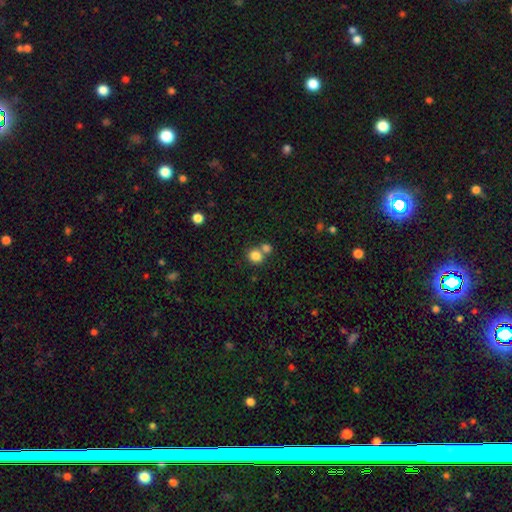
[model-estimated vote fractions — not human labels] The model was most divided on "merging": none: 52%, merger: 38%, minor disturbance: 7%, major disturbance: 3%. More confident: smooth or featured — smooth (83%); how rounded — round (78%).